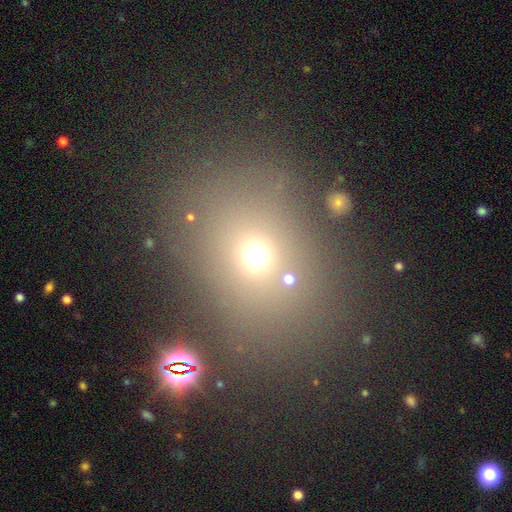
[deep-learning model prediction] Smooth or featured: smooth — 61% (star or artifact — 25%)
How rounded: round — 51% (in between — 47%)
Merging: none — 73% (minor disturbance — 12%)